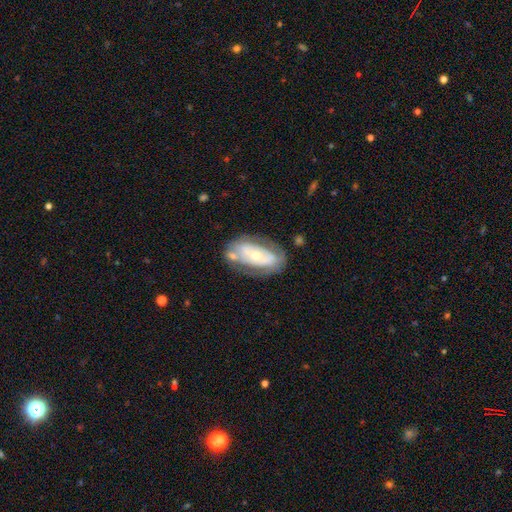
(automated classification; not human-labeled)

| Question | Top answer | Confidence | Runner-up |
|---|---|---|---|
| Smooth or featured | featured or disk | 63% | smooth (31%) |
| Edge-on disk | no | 90% | yes (10%) |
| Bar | no | 67% | weak (19%) |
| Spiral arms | no | 57% | yes (43%) |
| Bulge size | small | 48% | moderate (47%) |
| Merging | none | 62% | minor disturbance (20%) |